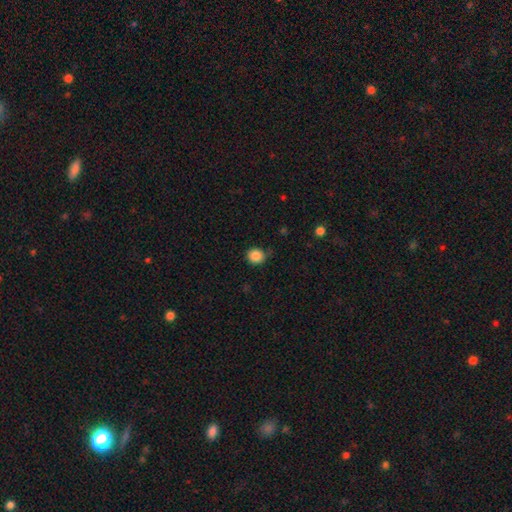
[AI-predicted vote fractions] smooth_or_featured: smooth (p=0.86) [alt: star or artifact p=0.11]
how_rounded: round (p=0.91) [alt: in between p=0.08]
merging: none (p=0.80) [alt: minor disturbance p=0.15]